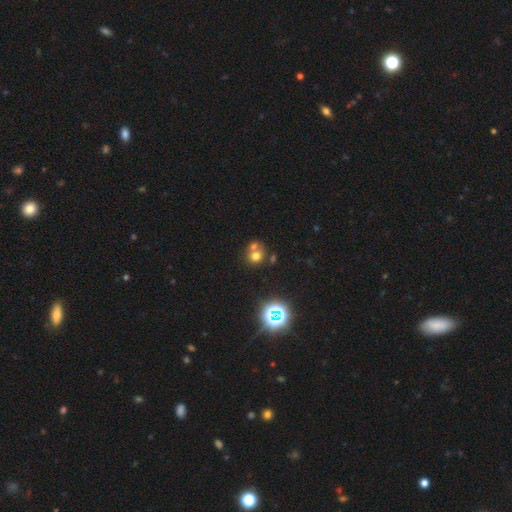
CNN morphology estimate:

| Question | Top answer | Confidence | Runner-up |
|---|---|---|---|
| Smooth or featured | smooth | 65% | star or artifact (21%) |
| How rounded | round | 79% | in between (20%) |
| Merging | merger | 47% | none (42%) |